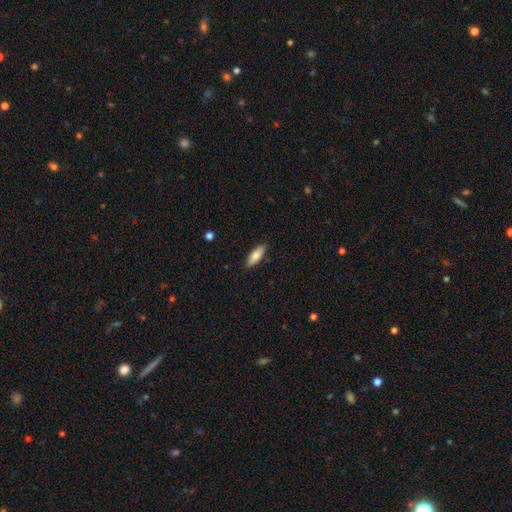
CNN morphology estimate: A smooth galaxy with no disk features (76%) that is in between round and cigar-shaped (64%).

Vote fractions:
- Smooth or featured? smooth: 76% / featured or disk: 18% / star or artifact: 6%
- How rounded? in between: 64% / cigar-shaped: 34% / round: 2%
- Merging? none: 88% / minor disturbance: 10% / major disturbance: 2% / merger: 1%